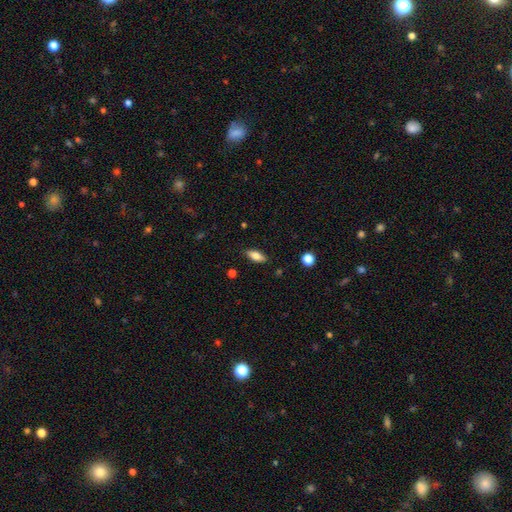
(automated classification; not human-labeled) A smooth galaxy with no disk features (78%) that is in between round and cigar-shaped (77%).

Vote fractions:
- Smooth or featured? smooth: 78% / featured or disk: 15% / star or artifact: 8%
- How rounded? in between: 77% / cigar-shaped: 20% / round: 3%
- Merging? none: 86% / minor disturbance: 11% / major disturbance: 2% / merger: 1%